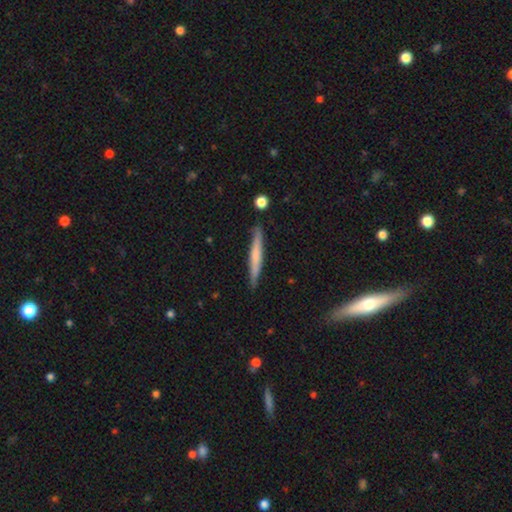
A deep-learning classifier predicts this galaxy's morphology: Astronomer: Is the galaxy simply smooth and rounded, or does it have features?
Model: smooth — 55% (runner-up: featured or disk, 39%).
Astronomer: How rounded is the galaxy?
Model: cigar-shaped — 95%.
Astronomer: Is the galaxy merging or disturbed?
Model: none — 87%.